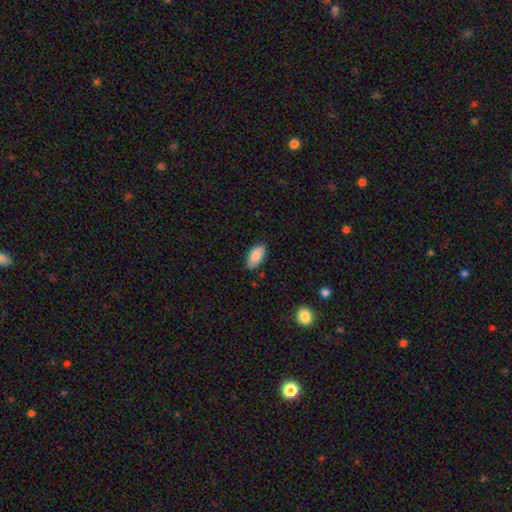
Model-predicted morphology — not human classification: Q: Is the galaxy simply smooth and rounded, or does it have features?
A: smooth — 86%.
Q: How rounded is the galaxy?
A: in between — 92%.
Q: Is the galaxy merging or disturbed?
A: none — 85%.